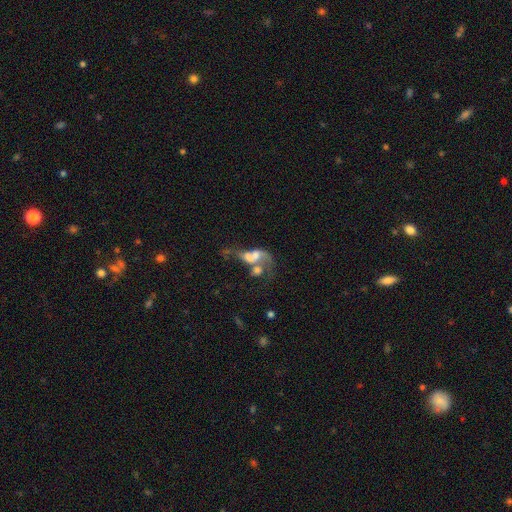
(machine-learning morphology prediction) smooth_or_featured: featured or disk (p=0.55) [alt: smooth p=0.34]
disk_edge_on: no (p=0.95) [alt: yes p=0.05]
bar: no (p=0.72) [alt: weak p=0.21]
has_spiral_arms: yes (p=0.54) [alt: no p=0.46]
bulge_size: moderate (p=0.35) [alt: large p=0.21]
merging: merger (p=0.69) [alt: major disturbance p=0.16]